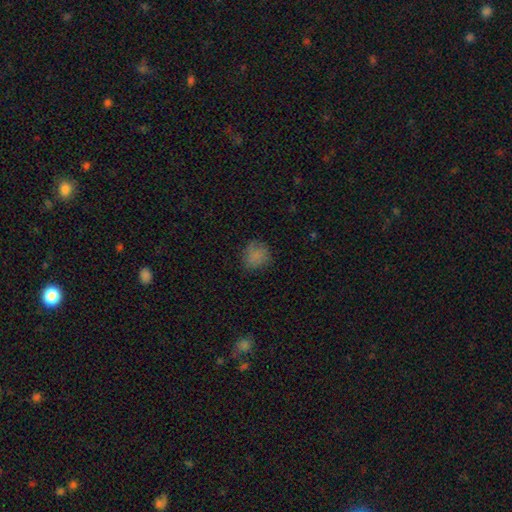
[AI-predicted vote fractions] Morphology: type=smooth (76%); roundness=round (80%); merging=none (72%).